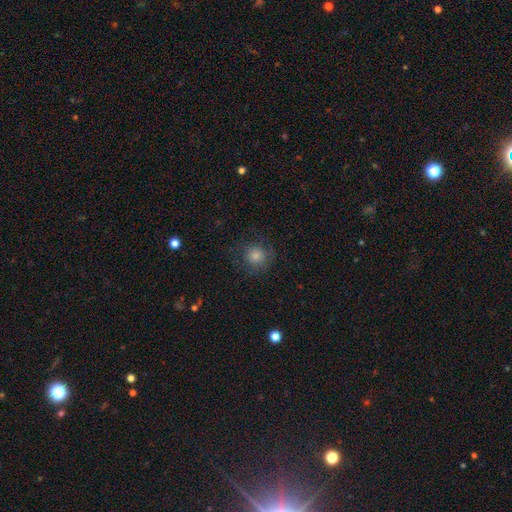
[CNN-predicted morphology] type=smooth (66%); roundness=round (91%); merging=none (77%).